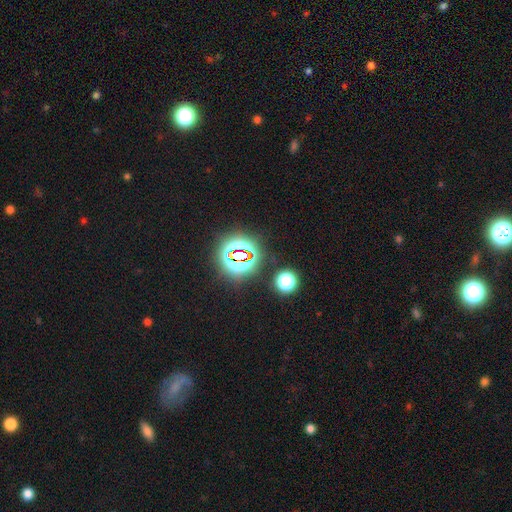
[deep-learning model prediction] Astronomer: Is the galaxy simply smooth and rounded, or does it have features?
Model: star or artifact — 77%.